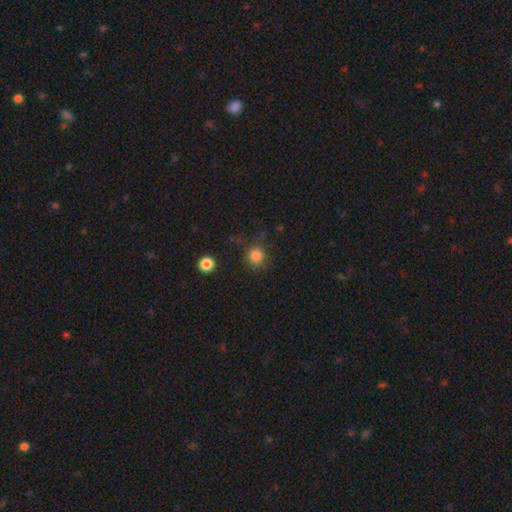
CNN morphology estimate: Smooth or featured?
  - smooth: 82% *
  - star or artifact: 12%
  - featured or disk: 5%
How rounded?
  - round: 92% *
  - in between: 7%
  - cigar-shaped: 1%
Merging?
  - none: 83% *
  - minor disturbance: 11%
  - major disturbance: 4%
  - merger: 3%